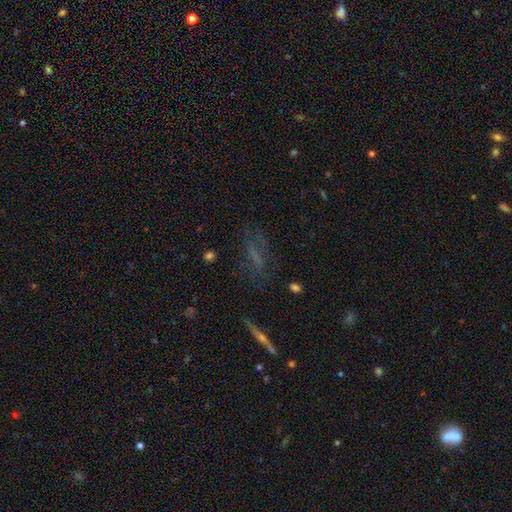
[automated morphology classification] smooth_or_featured: smooth (p=0.38) [alt: featured or disk p=0.36]
merging: none (p=0.63) [alt: minor disturbance p=0.19]